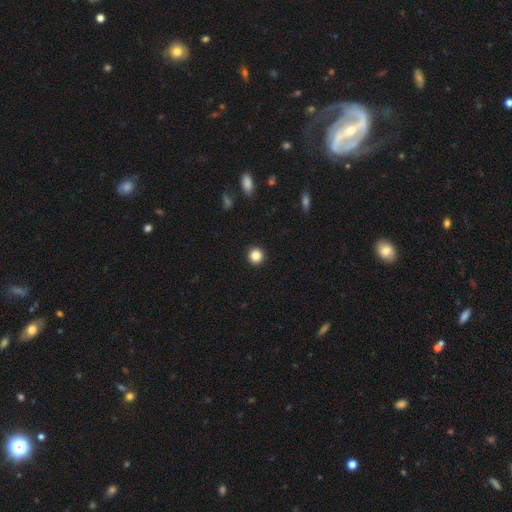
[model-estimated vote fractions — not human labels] Smooth or featured? smooth (85%)
How rounded? round (95%)
Merging? none (93%)